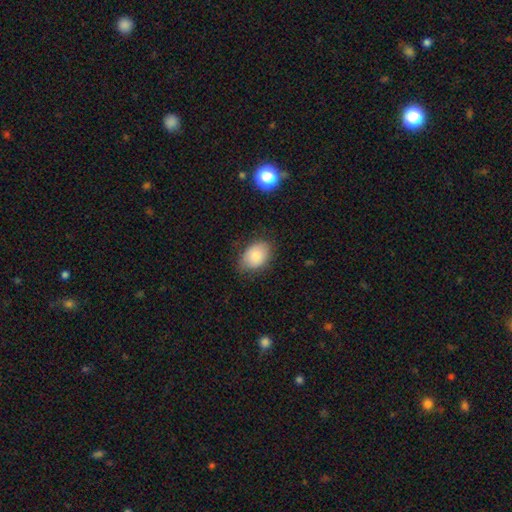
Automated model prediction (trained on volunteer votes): A smooth galaxy with no disk features (83%) that is in between round and cigar-shaped (78%).

Vote fractions:
- Smooth or featured? smooth: 83% / featured or disk: 9% / star or artifact: 8%
- How rounded? in between: 78% / round: 21% / cigar-shaped: 1%
- Merging? none: 75% / minor disturbance: 20% / major disturbance: 4% / merger: 1%